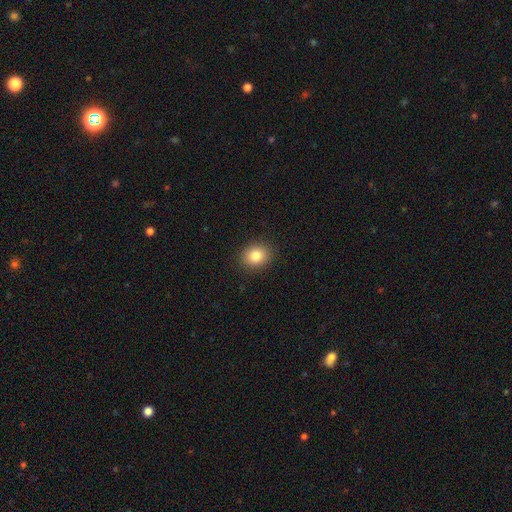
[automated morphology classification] Smooth or featured: smooth — 82% (star or artifact — 10%)
How rounded: round — 61% (in between — 38%)
Merging: none — 90% (minor disturbance — 7%)